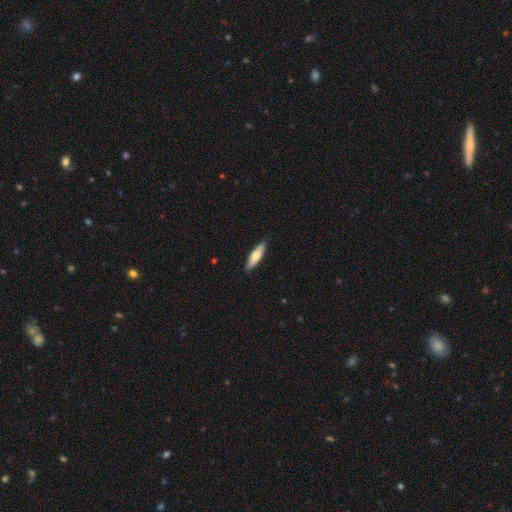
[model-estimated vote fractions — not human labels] Smooth or featured? Predicted: smooth (p=0.64). How rounded? Predicted: cigar-shaped (p=0.68). Merging? Predicted: none (p=0.88).